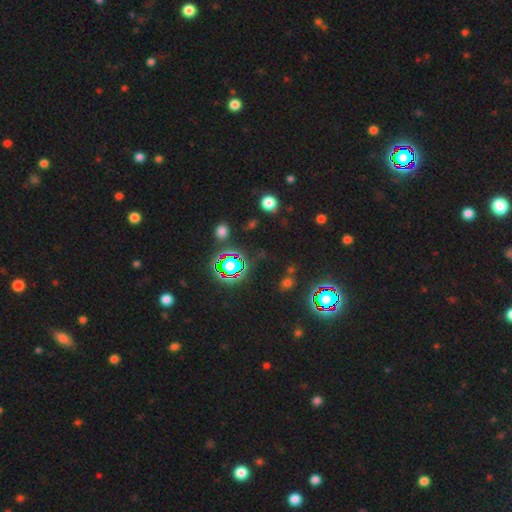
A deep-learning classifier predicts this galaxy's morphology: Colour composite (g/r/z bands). It shows a star or artifact, not a galaxy (80%).